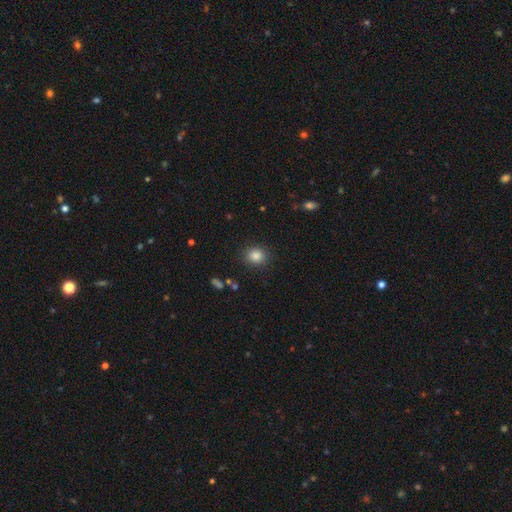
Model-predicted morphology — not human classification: Q: Smooth or featured?
A: smooth (85%); runner-up: star or artifact (11%)
Q: How rounded?
A: round (69%); runner-up: in between (30%)
Q: Merging?
A: none (88%); runner-up: minor disturbance (8%)